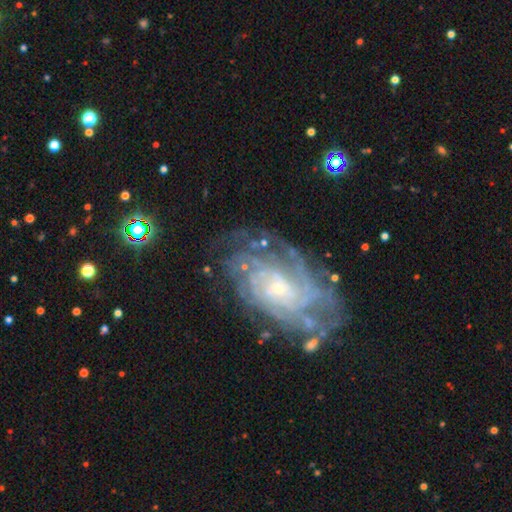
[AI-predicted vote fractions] Smooth or featured? featured or disk (84%)
Edge-on disk? no (96%)
Bar? no (66%)
Spiral arms? yes (95%)
Spiral winding? tight (72%)
Spiral arm count? can't tell (39%)
Bulge size? small (70%)
Merging? none (72%)